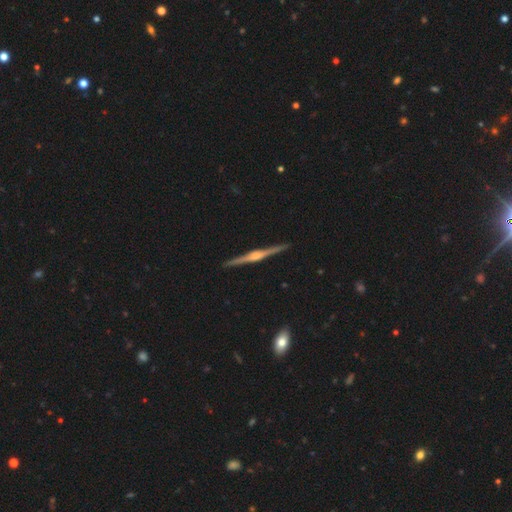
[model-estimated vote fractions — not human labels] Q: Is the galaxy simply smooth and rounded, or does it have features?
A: featured or disk — 87%.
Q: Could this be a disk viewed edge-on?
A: yes — 99%.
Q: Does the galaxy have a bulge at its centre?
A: rounded — 86%.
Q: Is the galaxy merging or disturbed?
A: none — 93%.